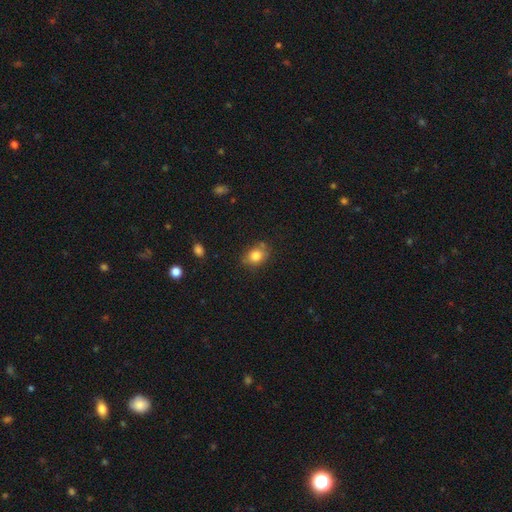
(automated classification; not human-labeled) This appears to be a smooth galaxy with no disk features (81%) that is in between round and cigar-shaped (59%). Merging: none (73%).